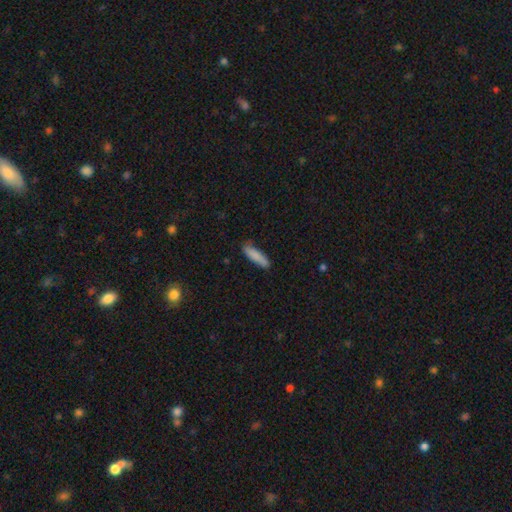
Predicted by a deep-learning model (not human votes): A smooth galaxy with no disk features (86%) that is cigar-shaped (69%).

Vote fractions:
- Smooth or featured? smooth: 86% / featured or disk: 9% / star or artifact: 6%
- How rounded? cigar-shaped: 69% / in between: 30% / round: 1%
- Merging? none: 80% / minor disturbance: 16% / major disturbance: 2% / merger: 2%